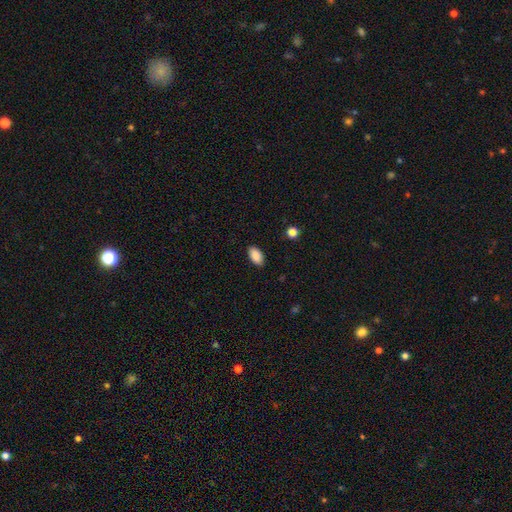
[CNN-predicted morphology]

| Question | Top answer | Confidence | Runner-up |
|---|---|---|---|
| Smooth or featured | smooth | 89% | star or artifact (7%) |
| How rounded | in between | 94% | round (3%) |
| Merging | none | 88% | minor disturbance (9%) |